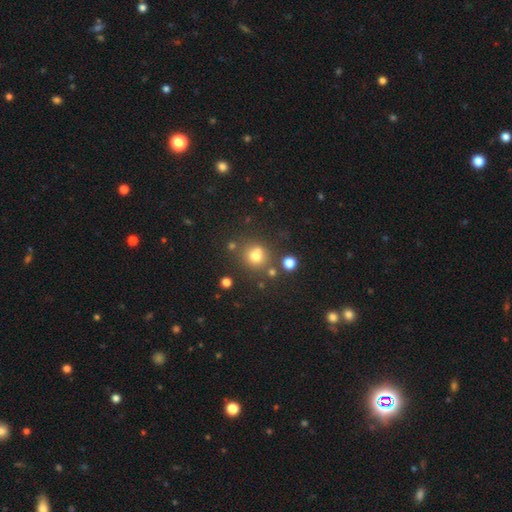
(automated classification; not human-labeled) This is likely a smooth galaxy (71%). How rounded: clearly round (85%). Merging: likely none (63%).